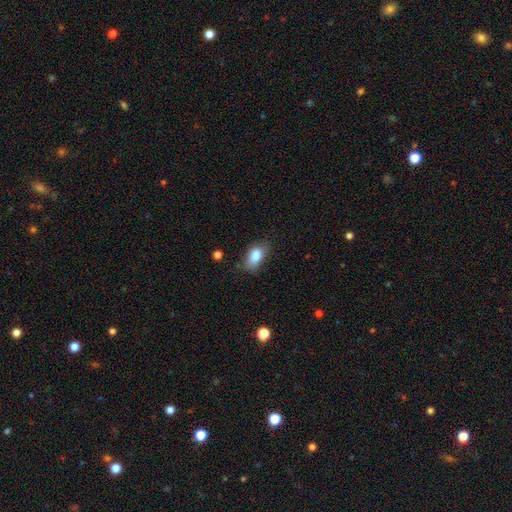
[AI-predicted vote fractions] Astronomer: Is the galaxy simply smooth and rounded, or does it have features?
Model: smooth — 82%.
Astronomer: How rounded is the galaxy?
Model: in between — 89%.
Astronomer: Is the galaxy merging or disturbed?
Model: none — 64%.